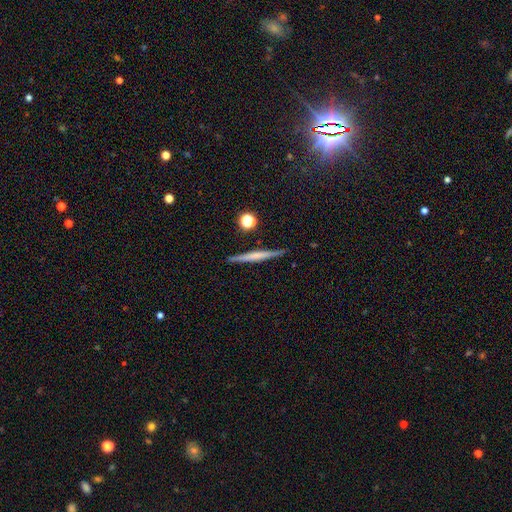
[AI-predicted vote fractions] Morphology: type=featured or disk (51%); edge-on=yes (97%); merging=none (89%).